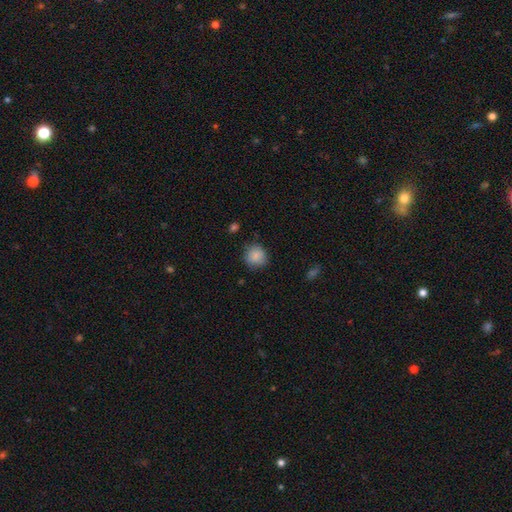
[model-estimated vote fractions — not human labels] The model was most divided on "merging": none: 82%, minor disturbance: 13%, major disturbance: 3%, merger: 1%. More confident: how rounded — round (89%); smooth or featured — smooth (87%).